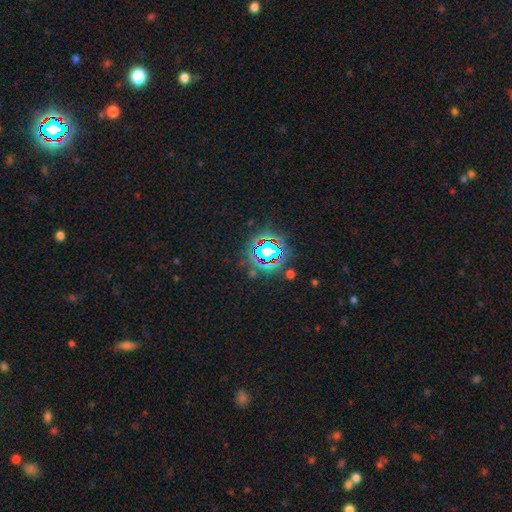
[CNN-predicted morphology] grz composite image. It shows a star or artifact, not a galaxy (80%).